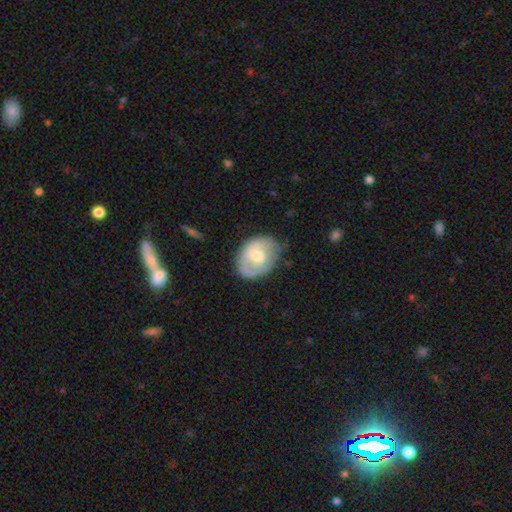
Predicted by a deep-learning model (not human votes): A featured or disk galaxy (51%).

Vote fractions:
- Smooth or featured? featured or disk: 51% / smooth: 43% / star or artifact: 6%
- Edge-on disk? no: 95% / yes: 5%
- Merging? none: 63% / minor disturbance: 27% / major disturbance: 8% / merger: 2%